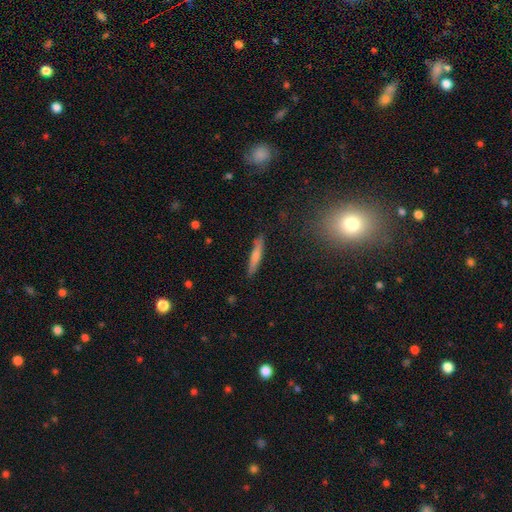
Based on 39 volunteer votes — Smooth or featured? 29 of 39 (74%) said smooth. How rounded? 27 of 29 (93%) said cigar-shaped. Merging? 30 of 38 (79%) said none.